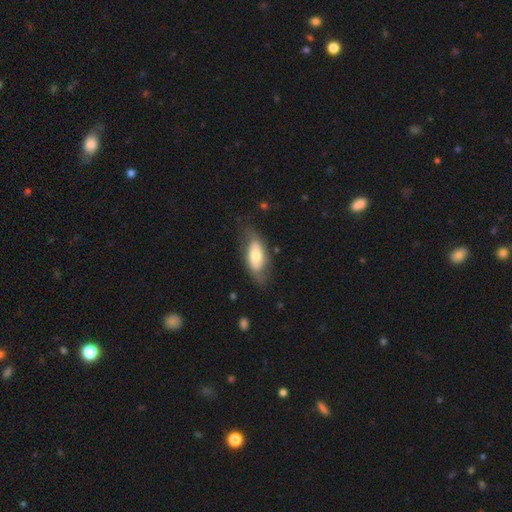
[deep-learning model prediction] smooth-or-featured: smooth: 57% | featured or disk: 36% | star or artifact: 6%
  how-rounded: in between: 84% | cigar-shaped: 13% | round: 3%
  merging: none: 63% | minor disturbance: 25% | major disturbance: 10% | merger: 2%